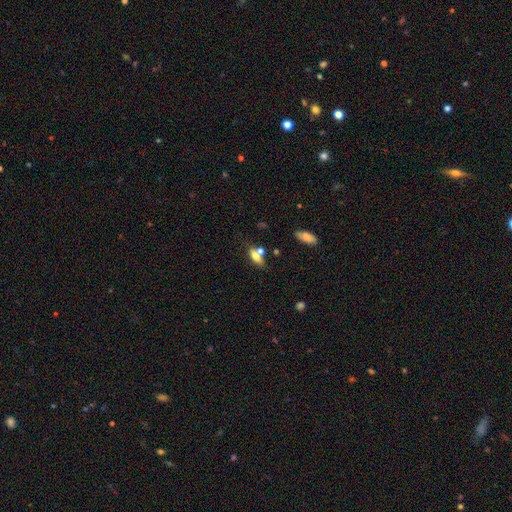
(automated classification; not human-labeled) smooth-or-featured: smooth: 65% | featured or disk: 25% | star or artifact: 10%
  how-rounded: in between: 71% | cigar-shaped: 23% | round: 7%
  merging: none: 49% | merger: 29% | minor disturbance: 15% | major disturbance: 7%